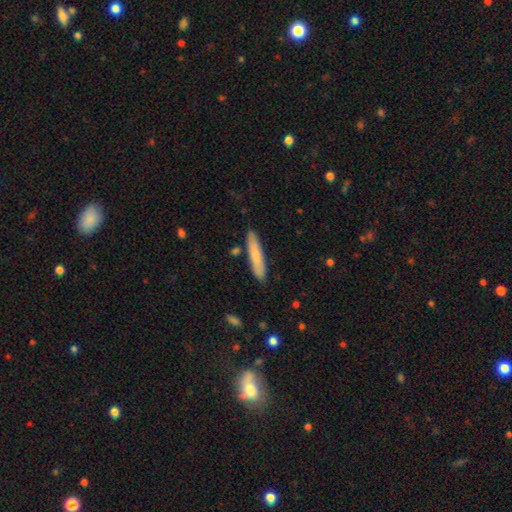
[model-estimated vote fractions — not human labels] This is likely a smooth galaxy (74%). How rounded: clearly cigar-shaped (87%). Merging: clearly none (85%).